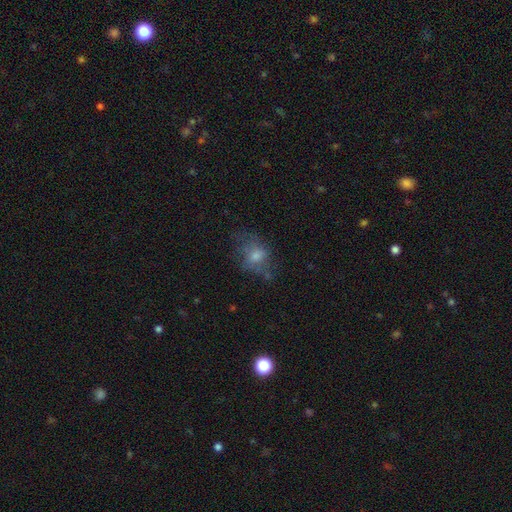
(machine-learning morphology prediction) The model was most divided on "smooth or featured": smooth: 49%, featured or disk: 34%, star or artifact: 17%. More confident: merging — none (50%).